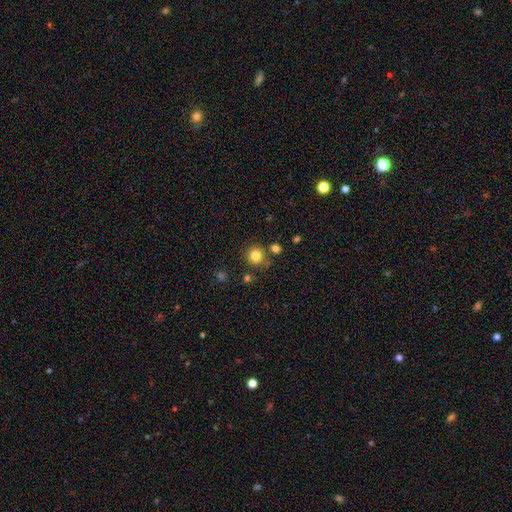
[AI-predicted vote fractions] Q: Smooth or featured?
A: smooth (82%); runner-up: star or artifact (13%)
Q: How rounded?
A: round (94%); runner-up: in between (5%)
Q: Merging?
A: none (82%); runner-up: merger (8%)